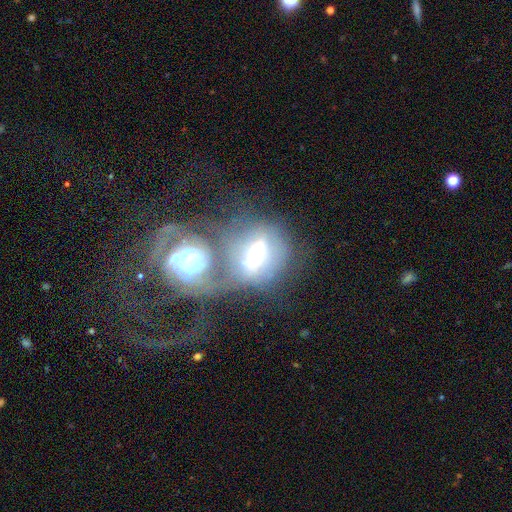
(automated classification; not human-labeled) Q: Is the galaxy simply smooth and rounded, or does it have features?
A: featured or disk — 61%.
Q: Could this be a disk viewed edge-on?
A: no — 85%.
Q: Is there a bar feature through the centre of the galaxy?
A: strong — 54%.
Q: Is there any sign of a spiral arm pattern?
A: no — 52%.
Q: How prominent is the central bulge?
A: moderate — 47%.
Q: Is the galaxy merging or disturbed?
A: merger — 63%.